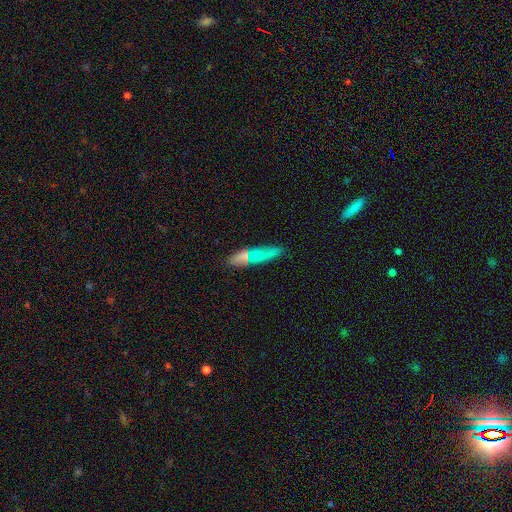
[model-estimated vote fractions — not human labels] This is likely a smooth galaxy (68%). How rounded: likely cigar-shaped (65%). Merging: likely none (74%).